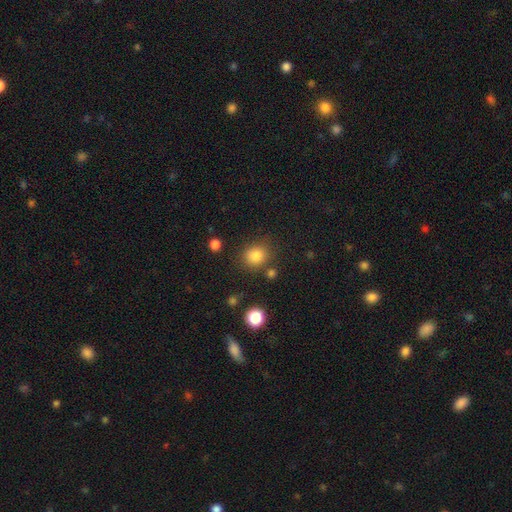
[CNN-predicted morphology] This appears to be a smooth galaxy with no disk features (83%) that is round (80%). Merging: none (79%).